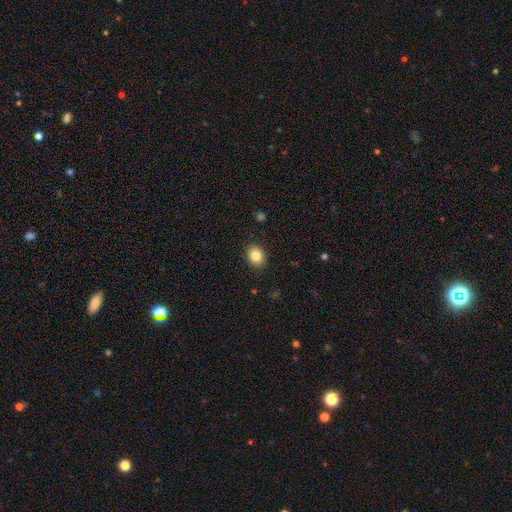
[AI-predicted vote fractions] Smooth or featured?
  - smooth: 83% *
  - star or artifact: 9%
  - featured or disk: 8%
How rounded?
  - in between: 50% *
  - round: 49%
  - cigar-shaped: 1%
Merging?
  - none: 89% *
  - minor disturbance: 8%
  - major disturbance: 2%
  - merger: 1%